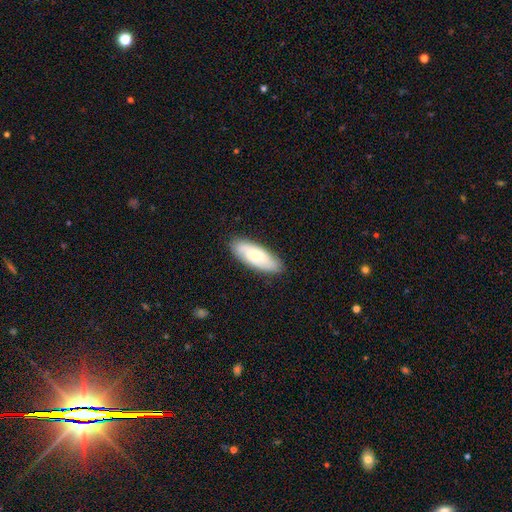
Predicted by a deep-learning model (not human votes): smooth_or_featured: smooth (p=0.51) [alt: featured or disk p=0.43]
how_rounded: in between (p=0.69) [alt: cigar-shaped p=0.28]
merging: none (p=0.85) [alt: minor disturbance p=0.12]